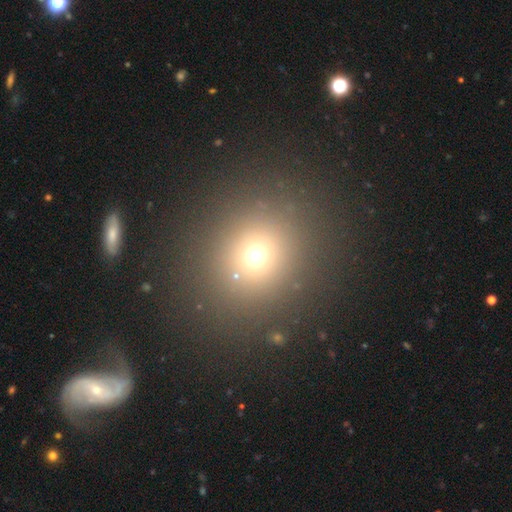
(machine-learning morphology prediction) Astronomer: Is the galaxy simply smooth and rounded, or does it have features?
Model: smooth — 67%.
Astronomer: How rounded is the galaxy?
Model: round — 85%.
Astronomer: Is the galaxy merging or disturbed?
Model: none — 85%.